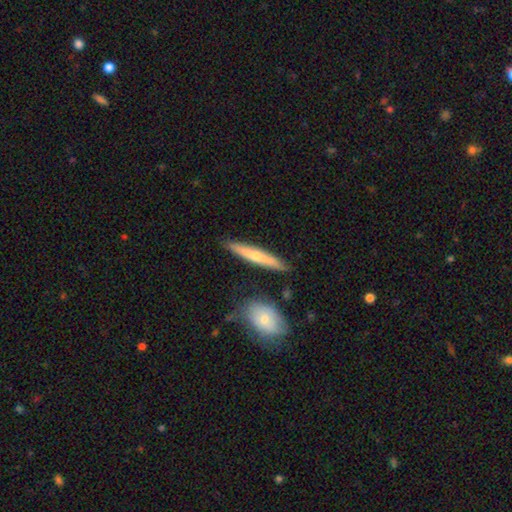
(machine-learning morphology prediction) Smooth or featured? smooth (53%)
How rounded? cigar-shaped (92%)
Merging? none (86%)